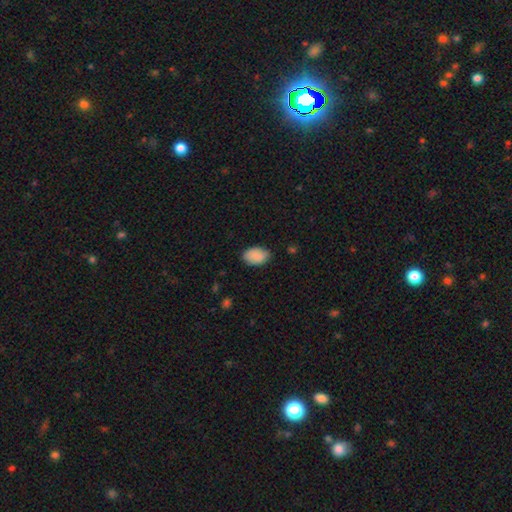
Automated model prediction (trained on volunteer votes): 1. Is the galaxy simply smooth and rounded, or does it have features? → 89% smooth, 7% star or artifact, 4% featured or disk.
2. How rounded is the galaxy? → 87% in between, 12% round, 1% cigar-shaped.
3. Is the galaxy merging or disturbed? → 80% none, 16% minor disturbance, 3% major disturbance, 1% merger.